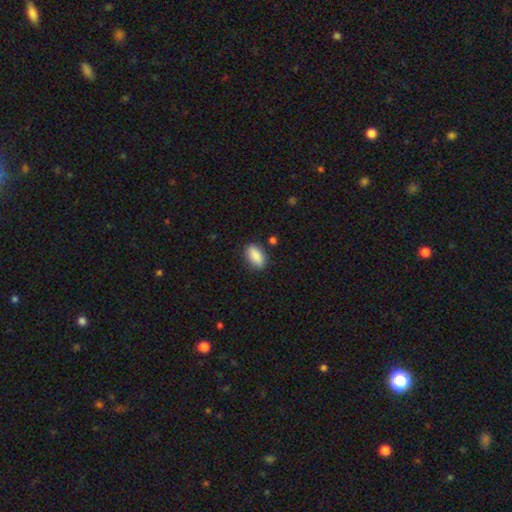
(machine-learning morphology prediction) type=smooth (87%); roundness=in between (88%); merging=none (84%).